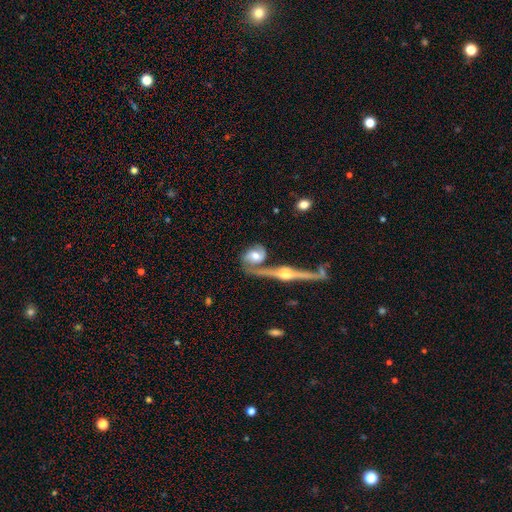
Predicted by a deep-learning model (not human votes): featured or disk 76%, smooth 18%, star or artifact 6%. Down the decision tree: edge-on disk — no (79%); bar — no (55%); spiral arms — yes (88%); spiral arm count — 2 (86%); spiral winding — medium (46%); bulge size — moderate (63%); merging — none (45%).